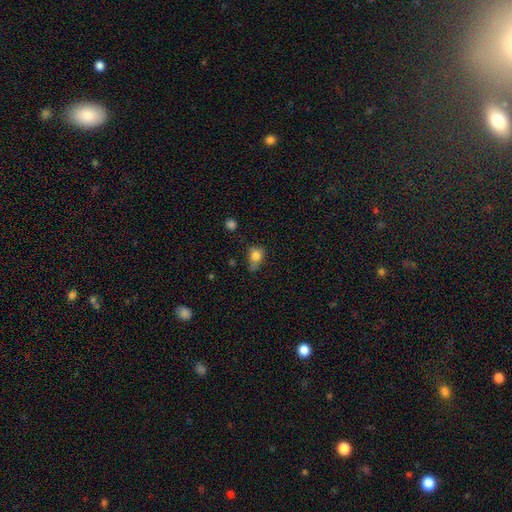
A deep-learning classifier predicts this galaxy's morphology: Smooth or featured: smooth — 79% (featured or disk — 11%)
How rounded: in between — 50% (round — 48%)
Merging: none — 41% (minor disturbance — 39%)